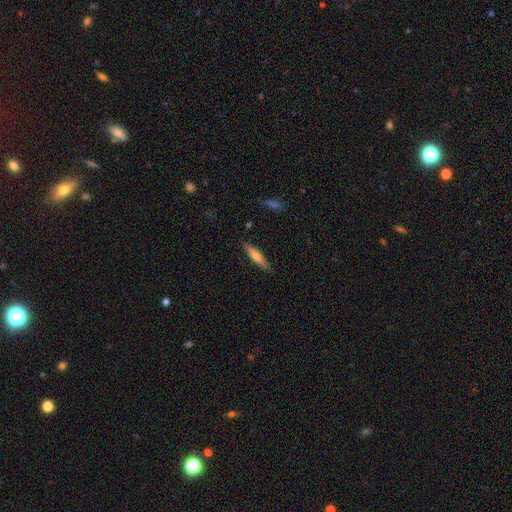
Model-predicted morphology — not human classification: smooth 60%, featured or disk 33%, star or artifact 6%. Down the decision tree: how rounded — cigar-shaped (84%); merging — none (87%).